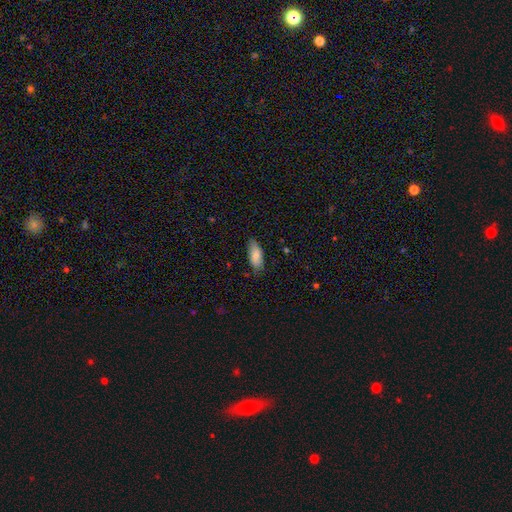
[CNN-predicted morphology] Q: Smooth or featured?
A: smooth (85%); runner-up: featured or disk (9%)
Q: How rounded?
A: in between (81%); runner-up: cigar-shaped (17%)
Q: Merging?
A: none (76%); runner-up: minor disturbance (19%)